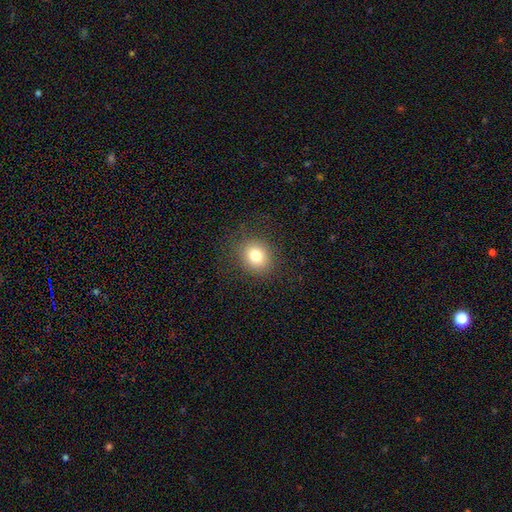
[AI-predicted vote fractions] Overall: smooth (79%). How rounded: round (70%). Merging: none (86%).